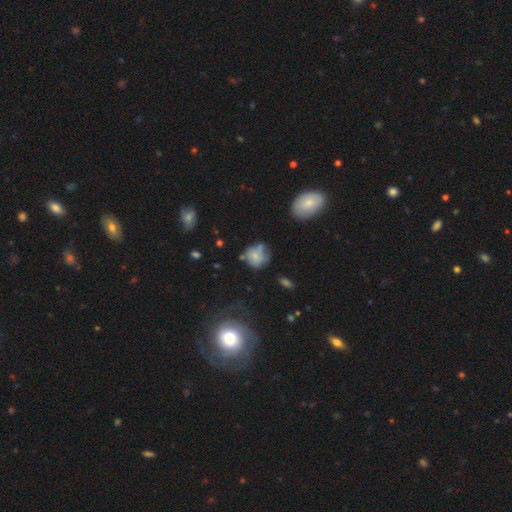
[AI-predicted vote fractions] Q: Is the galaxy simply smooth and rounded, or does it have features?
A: smooth — 66%.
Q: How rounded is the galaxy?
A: round — 75%.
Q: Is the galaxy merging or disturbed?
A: none — 50%.